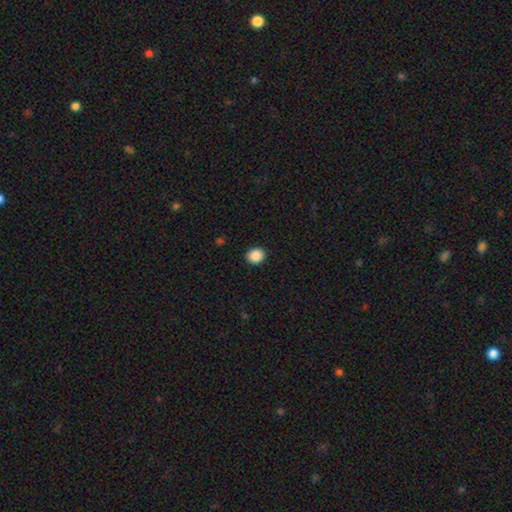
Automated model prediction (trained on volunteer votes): Smooth or featured? Predicted: smooth (p=0.89). How rounded? Predicted: round (p=0.74). Merging? Predicted: none (p=0.91).